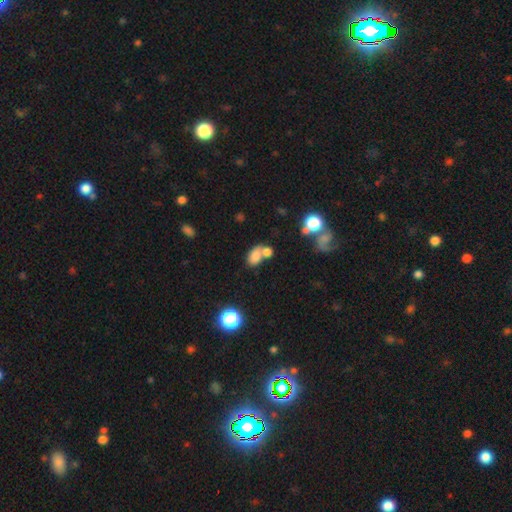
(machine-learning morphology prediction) Smooth or featured?
  - smooth: 75% *
  - star or artifact: 13%
  - featured or disk: 12%
How rounded?
  - in between: 78% *
  - round: 20%
  - cigar-shaped: 2%
Merging?
  - merger: 51% *
  - none: 30%
  - minor disturbance: 12%
  - major disturbance: 7%